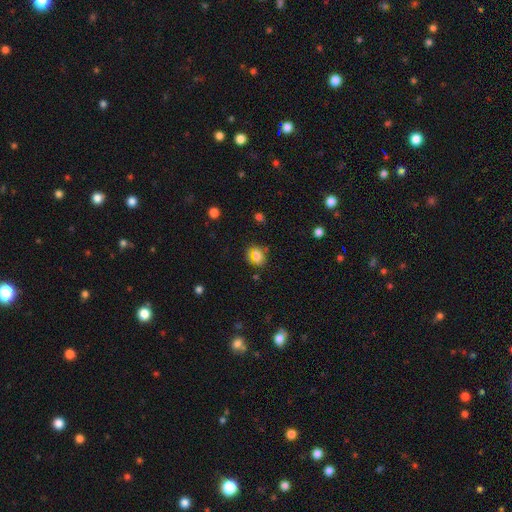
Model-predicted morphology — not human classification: Smooth or featured? smooth (67%)
How rounded? round (54%)
Merging? none (75%)